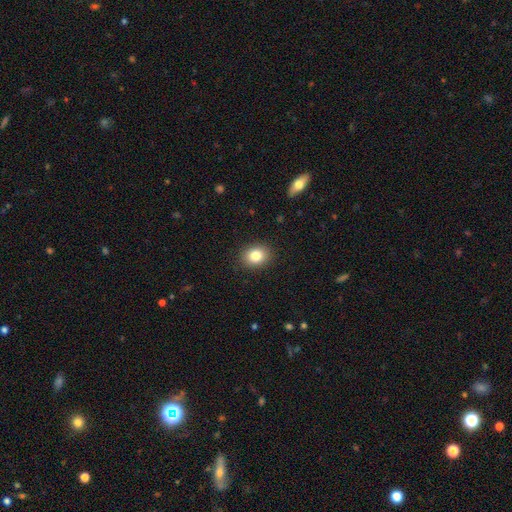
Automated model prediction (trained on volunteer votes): The model was most divided on "how rounded": round: 53%, in between: 46%, cigar-shaped: 1%. More confident: merging — none (89%); smooth or featured — smooth (83%).